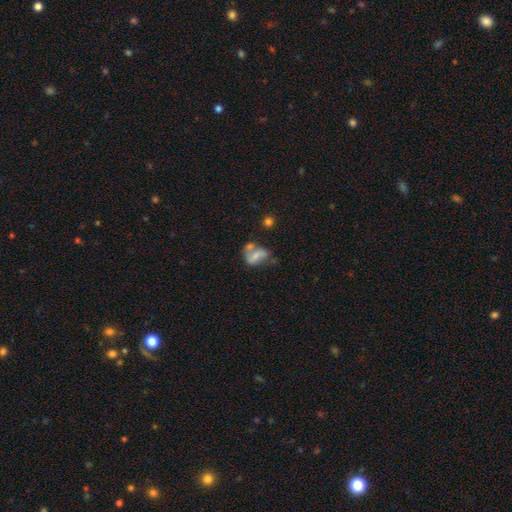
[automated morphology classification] smooth-or-featured: featured or disk: 45% | smooth: 44% | star or artifact: 10%
  merging: none: 32% | merger: 30% | minor disturbance: 21% | major disturbance: 17%